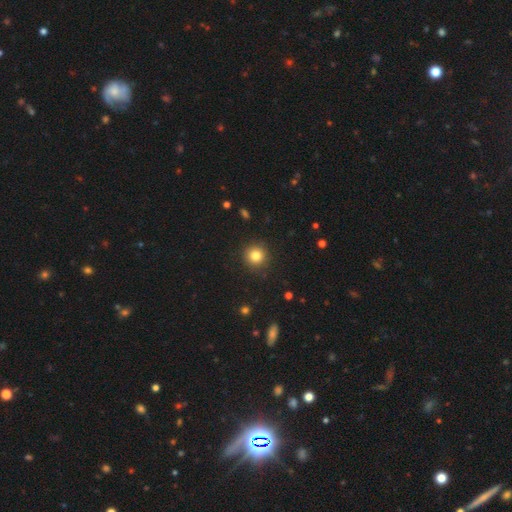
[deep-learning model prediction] The model was most divided on "smooth or featured": smooth: 82%, star or artifact: 12%, featured or disk: 7%. More confident: how rounded — round (94%); merging — none (90%).